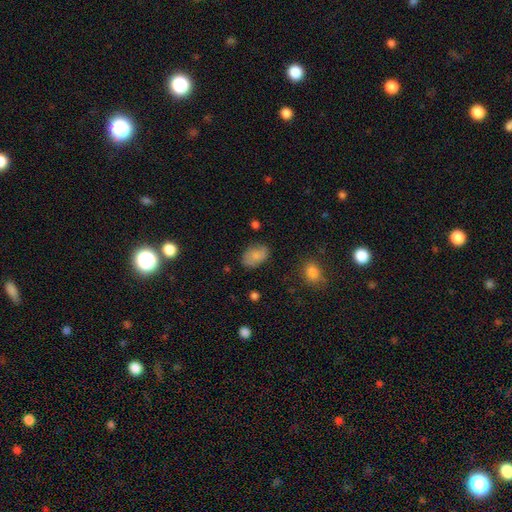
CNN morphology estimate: smooth-or-featured: smooth: 78% | featured or disk: 14% | star or artifact: 8%
  how-rounded: in between: 87% | round: 12% | cigar-shaped: 1%
  merging: none: 75% | minor disturbance: 18% | major disturbance: 5% | merger: 2%